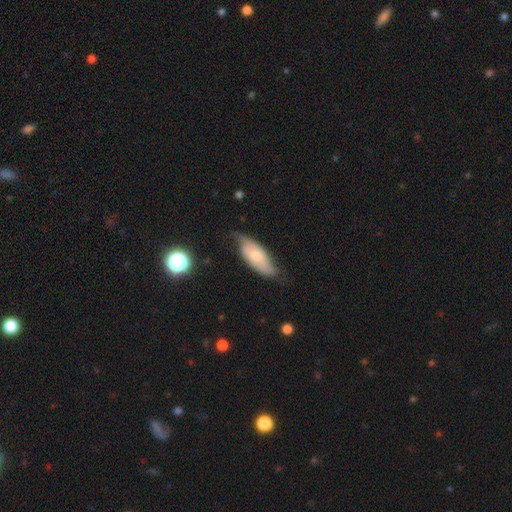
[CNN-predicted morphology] Q: Smooth or featured?
A: smooth (48%); runner-up: featured or disk (45%)
Q: Merging?
A: none (58%); runner-up: minor disturbance (32%)